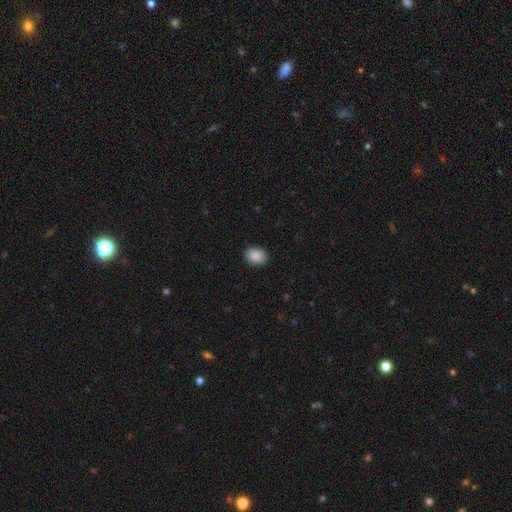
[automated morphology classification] This is clearly a smooth galaxy (89%). How rounded: likely in between (69%). Merging: clearly none (90%).